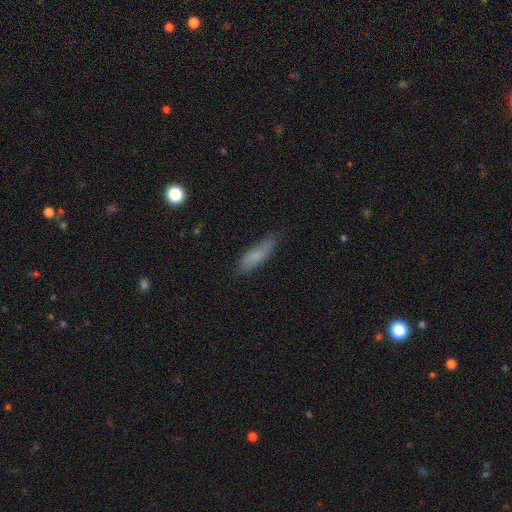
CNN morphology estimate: The model was most divided on "how rounded": cigar-shaped: 60%, in between: 38%, round: 2%. More confident: smooth or featured — smooth (79%); merging — none (77%).